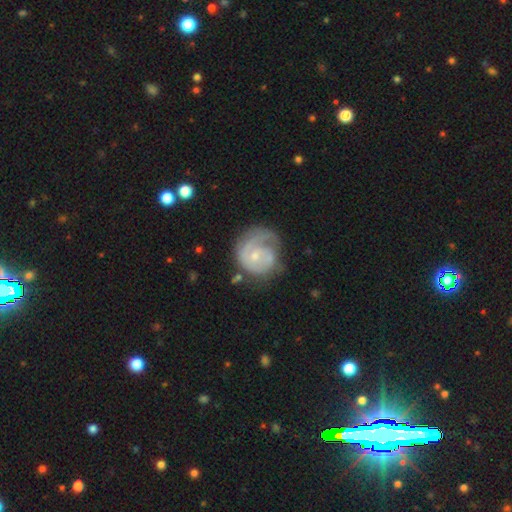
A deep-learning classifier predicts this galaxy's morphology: A featured or disk galaxy (75%) with no bar (72%), 1 (48%) tight (54%) spiral arms (90%) and a small central bulge (67%).

Vote fractions:
- Smooth or featured? featured or disk: 75% / smooth: 19% / star or artifact: 5%
- Edge-on disk? no: 98% / yes: 2%
- Bar? no: 72% / weak: 24% / strong: 3%
- Spiral arms? yes: 90% / no: 10%
- Spiral winding? tight: 54% / medium: 31% / loose: 15%
- Spiral arm count? 1: 48% / 2: 27% / can't tell: 15% / 3: 6% / 4: 2% / more than 4: 2%
- Bulge size? small: 67% / moderate: 26% / none: 4% / large: 2% / dominant: 1%
- Merging? none: 53% / minor disturbance: 23% / major disturbance: 20% / merger: 4%